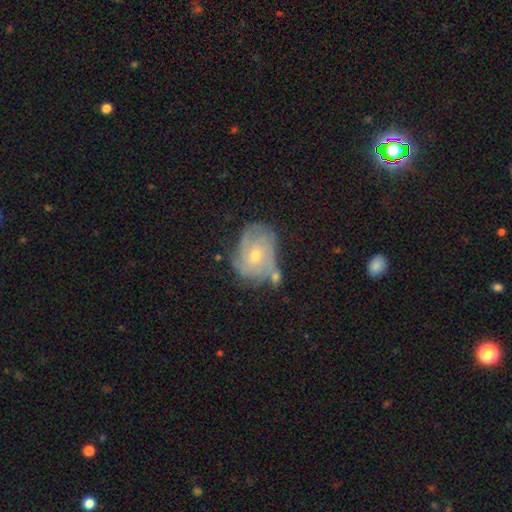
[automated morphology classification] featured or disk 74%, smooth 18%, star or artifact 8%. Down the decision tree: edge-on disk — no (97%); bar — no (74%); spiral arms — yes (85%); spiral arm count — can't tell (40%); spiral winding — tight (56%); bulge size — small (50%); merging — none (51%).